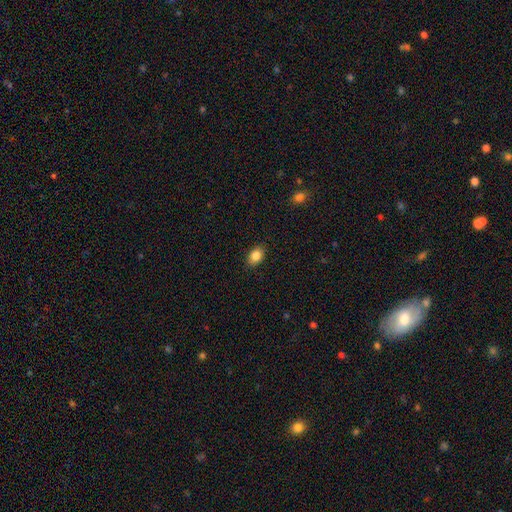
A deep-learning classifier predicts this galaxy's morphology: A smooth galaxy with no disk features (86%) that is in between round and cigar-shaped (83%). Merging: none (87%).